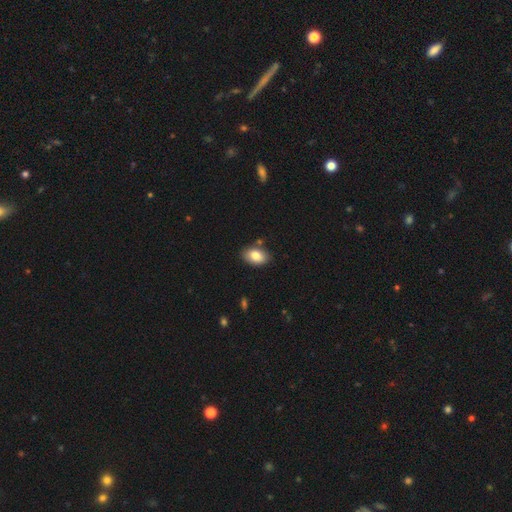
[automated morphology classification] smooth_or_featured: smooth (p=0.81) [alt: featured or disk p=0.12]
how_rounded: in between (p=0.88) [alt: round p=0.11]
merging: none (p=0.82) [alt: minor disturbance p=0.12]